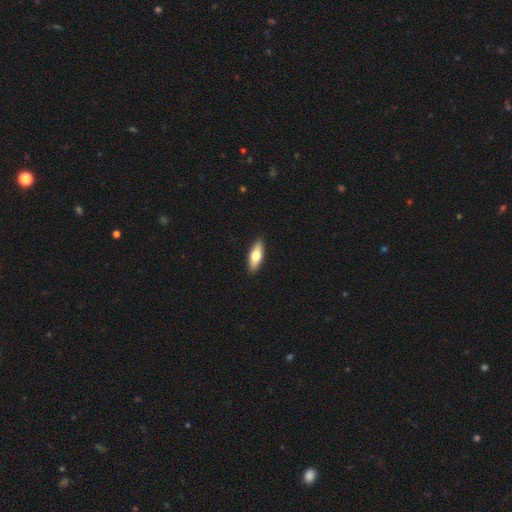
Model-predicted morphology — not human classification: smooth-or-featured: smooth: 64% | featured or disk: 31% | star or artifact: 5%
  how-rounded: in between: 61% | cigar-shaped: 36% | round: 3%
  merging: none: 91% | minor disturbance: 7% | major disturbance: 2% | merger: 1%